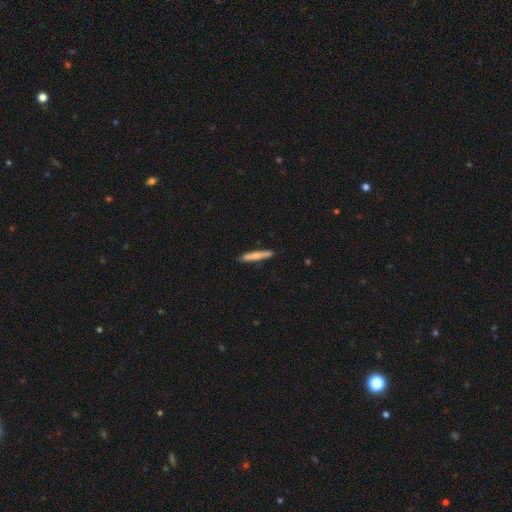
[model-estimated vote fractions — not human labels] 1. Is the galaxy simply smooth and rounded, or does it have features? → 74% smooth, 21% featured or disk, 6% star or artifact.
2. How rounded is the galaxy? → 95% cigar-shaped, 4% in between, 1% round.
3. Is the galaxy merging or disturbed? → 89% none, 8% minor disturbance, 2% major disturbance, 1% merger.